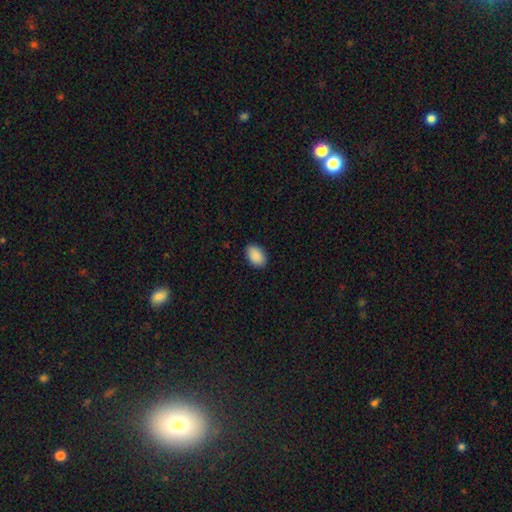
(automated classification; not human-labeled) The model was most divided on "how rounded": in between: 89%, round: 9%, cigar-shaped: 1%. More confident: smooth or featured — smooth (91%); merging — none (88%).